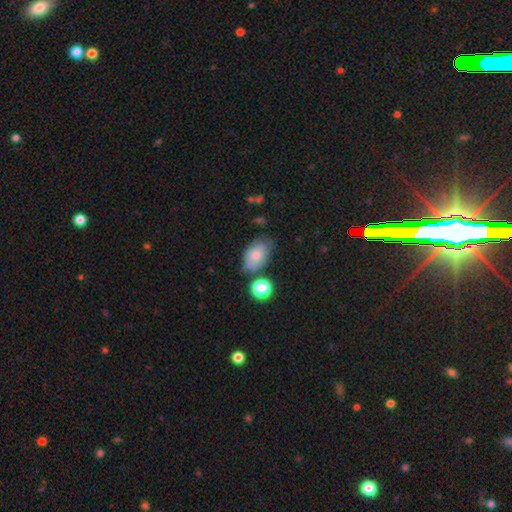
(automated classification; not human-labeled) Smooth or featured: smooth — 69% (featured or disk — 22%)
How rounded: in between — 87% (round — 11%)
Merging: none — 56% (minor disturbance — 27%)